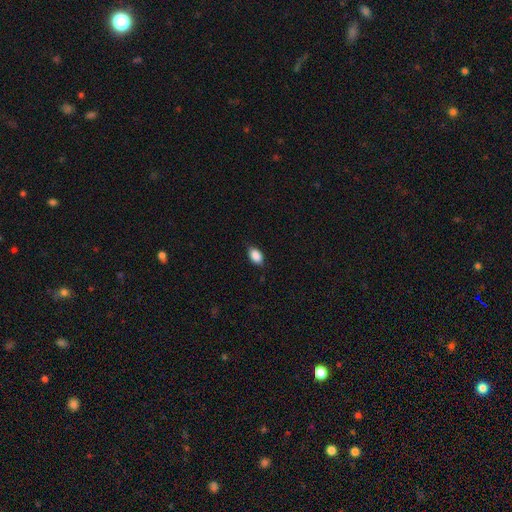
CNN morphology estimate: smooth 89%, star or artifact 7%, featured or disk 4%. Down the decision tree: how rounded — in between (89%); merging — none (80%).